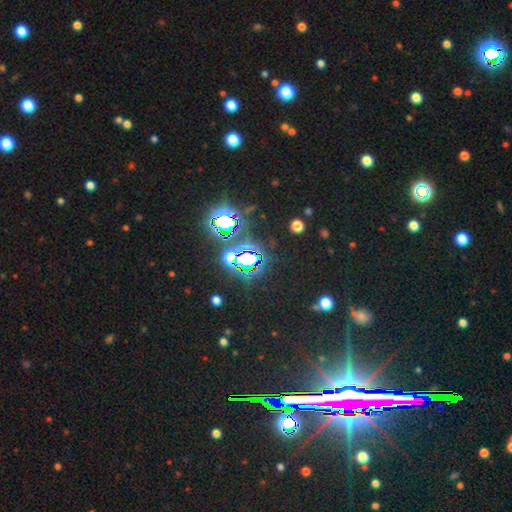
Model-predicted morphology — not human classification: Overall: star or artifact (83%).